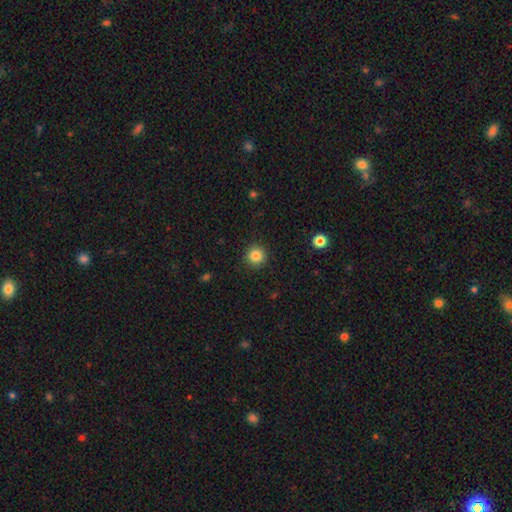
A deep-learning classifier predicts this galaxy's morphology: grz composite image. It shows a smooth galaxy with no disk features (84%) that is round (94%). Merging: none (91%).